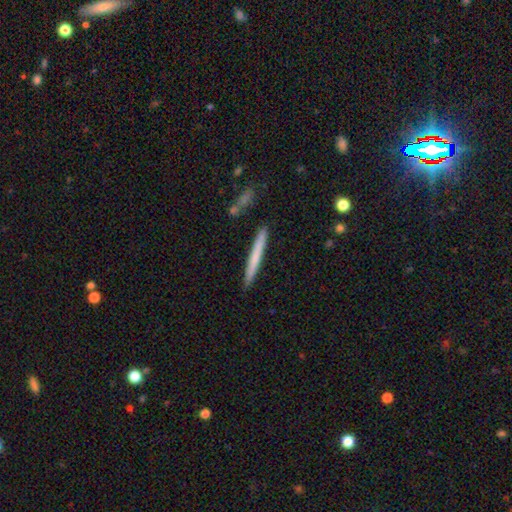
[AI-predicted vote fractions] smooth_or_featured: smooth (p=0.65) [alt: featured or disk p=0.29]
how_rounded: cigar-shaped (p=0.97) [alt: in between p=0.02]
merging: none (p=0.90) [alt: minor disturbance p=0.07]